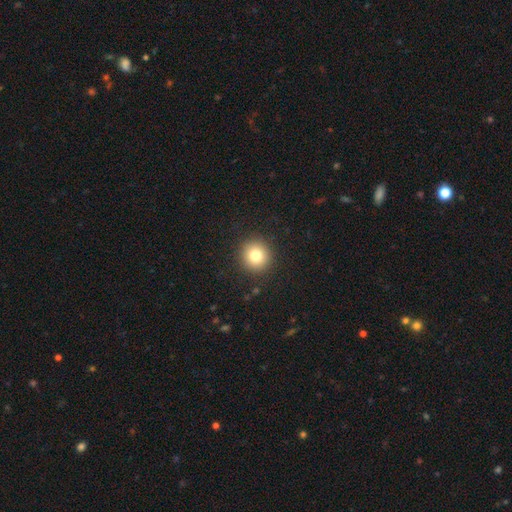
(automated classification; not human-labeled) Smooth or featured? smooth (80%)
How rounded? round (93%)
Merging? none (91%)